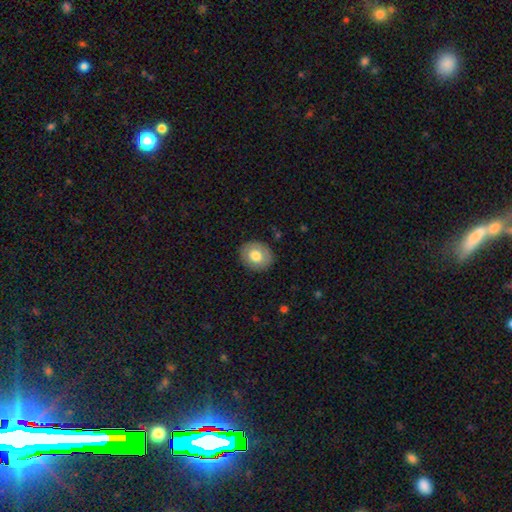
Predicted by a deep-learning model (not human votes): smooth_or_featured: smooth (p=0.73) [alt: featured or disk p=0.20]
how_rounded: round (p=0.68) [alt: in between p=0.31]
merging: none (p=0.88) [alt: minor disturbance p=0.09]